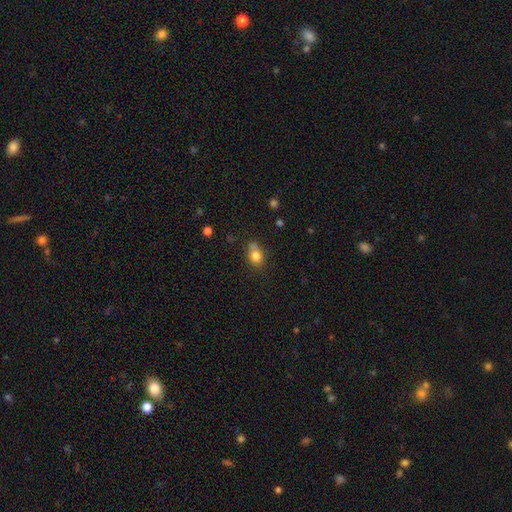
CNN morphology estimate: The model was most divided on "how rounded": in between: 51%, round: 48%, cigar-shaped: 2%. More confident: smooth or featured — smooth (80%); merging — none (54%).